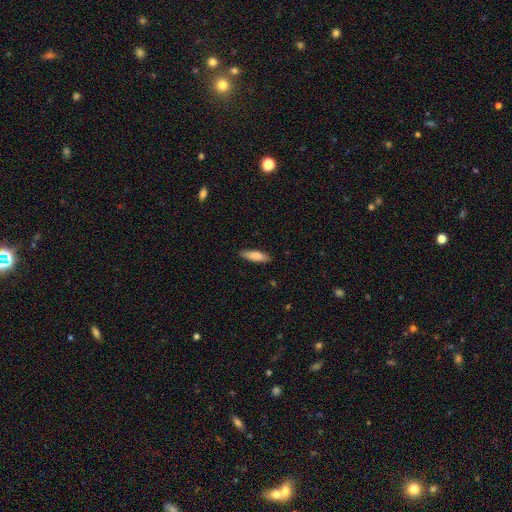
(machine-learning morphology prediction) smooth 84%, featured or disk 11%, star or artifact 6%. Down the decision tree: how rounded — cigar-shaped (59%); merging — none (86%).